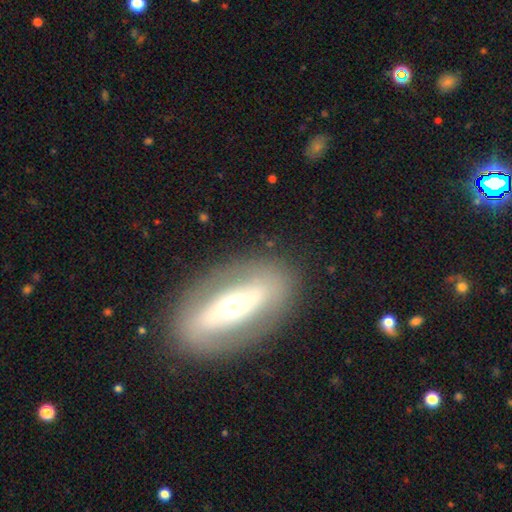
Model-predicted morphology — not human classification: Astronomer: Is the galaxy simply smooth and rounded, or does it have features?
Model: featured or disk — 62%.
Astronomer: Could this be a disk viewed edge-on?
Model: no — 81%.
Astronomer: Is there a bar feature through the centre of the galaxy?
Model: no — 44% (runner-up: strong, 35%).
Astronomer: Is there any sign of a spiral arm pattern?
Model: no — 67%.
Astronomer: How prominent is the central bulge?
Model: moderate — 49% (runner-up: small, 39%).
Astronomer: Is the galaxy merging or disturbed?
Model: none — 84%.